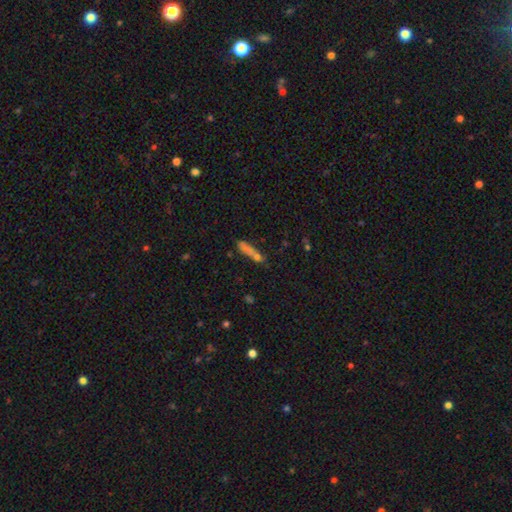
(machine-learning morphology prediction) Smooth or featured? Predicted: smooth (p=0.65). How rounded? Predicted: cigar-shaped (p=0.83). Merging? Predicted: none (p=0.66).